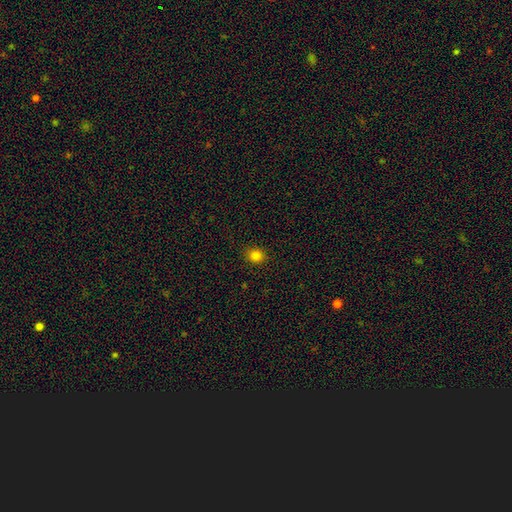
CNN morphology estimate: type=smooth (81%); roundness=round (79%); merging=none (91%).